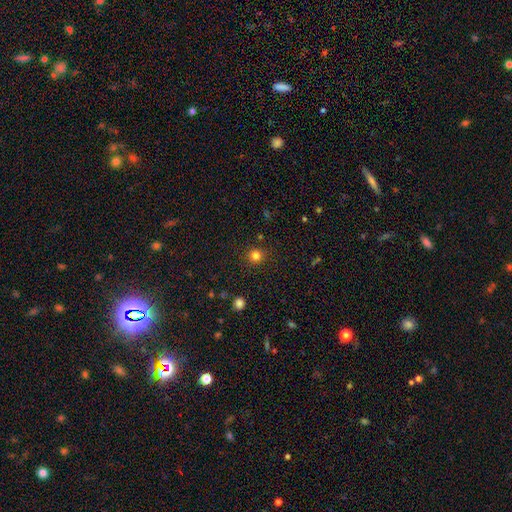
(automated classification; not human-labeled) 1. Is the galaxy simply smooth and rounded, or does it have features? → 81% smooth, 14% star or artifact, 5% featured or disk.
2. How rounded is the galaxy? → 92% round, 7% in between, 1% cigar-shaped.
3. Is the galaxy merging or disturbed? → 90% none, 6% minor disturbance, 2% major disturbance, 1% merger.